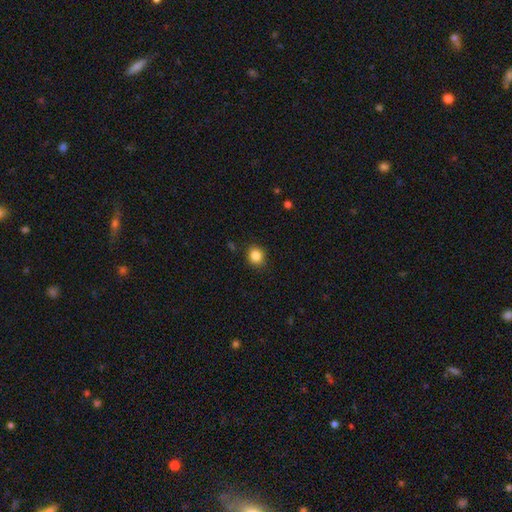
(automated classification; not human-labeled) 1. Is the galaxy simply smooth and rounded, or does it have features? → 85% smooth, 10% star or artifact, 5% featured or disk.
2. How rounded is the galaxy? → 82% round, 17% in between, 1% cigar-shaped.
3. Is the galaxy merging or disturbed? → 89% none, 8% minor disturbance, 2% major disturbance, 1% merger.